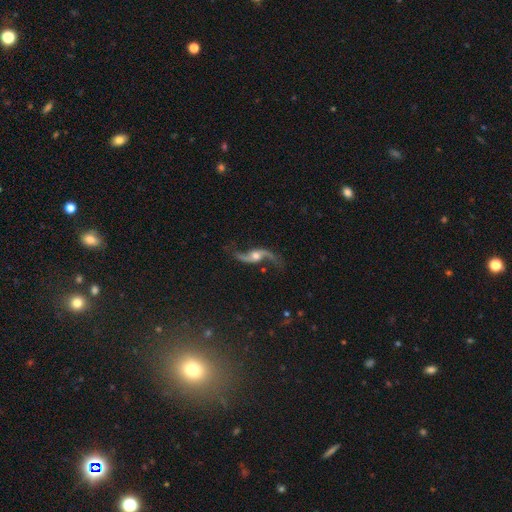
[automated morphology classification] featured or disk 90%, star or artifact 5%, smooth 4%. Down the decision tree: edge-on disk — no (93%); bar — no (62%); spiral arms — yes (97%); spiral arm count — 2 (94%); spiral winding — loose (92%); bulge size — moderate (64%); merging — none (74%).